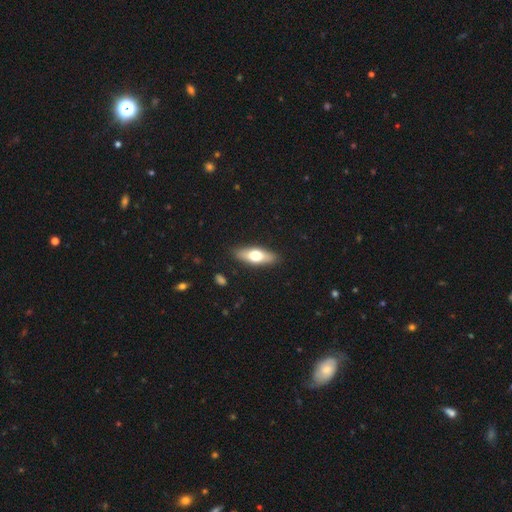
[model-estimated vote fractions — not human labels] This is possibly a smooth galaxy (60%). How rounded: possibly in between (59%). Merging: clearly none (88%).